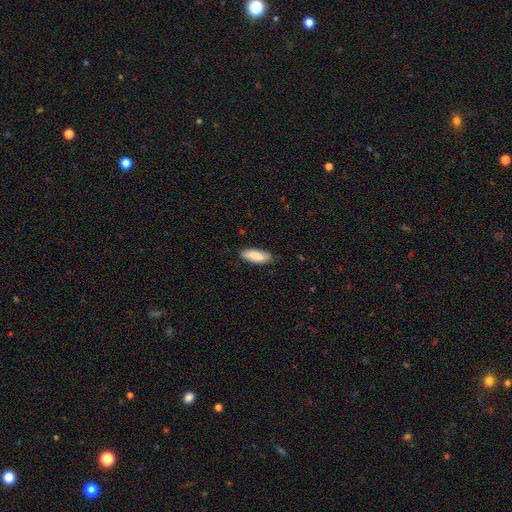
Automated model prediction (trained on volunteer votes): Overall: smooth (88%). How rounded: in between (72%). Merging: none (83%).